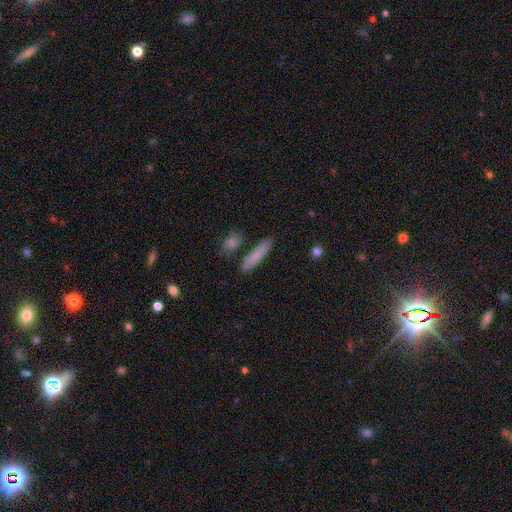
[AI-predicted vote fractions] Smooth or featured? Predicted: smooth (p=0.78). How rounded? Predicted: cigar-shaped (p=0.81). Merging? Predicted: none (p=0.80).